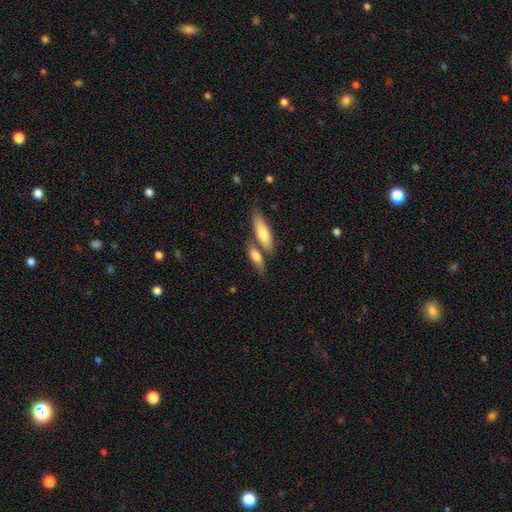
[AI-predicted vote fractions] Q: Smooth or featured?
A: smooth (72%); runner-up: featured or disk (22%)
Q: How rounded?
A: in between (51%); runner-up: cigar-shaped (45%)
Q: Merging?
A: none (47%); runner-up: merger (37%)